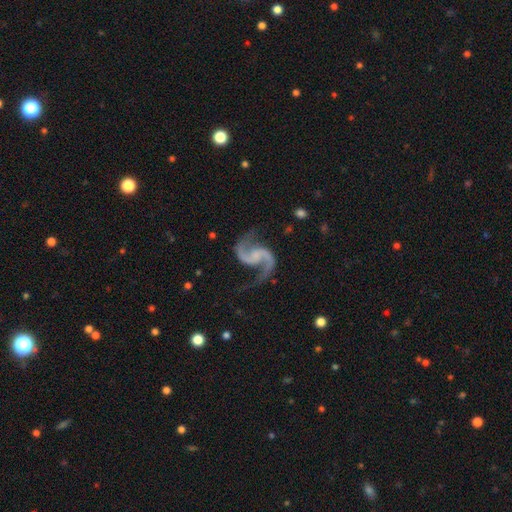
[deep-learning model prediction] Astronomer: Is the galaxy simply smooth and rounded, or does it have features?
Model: featured or disk — 94%.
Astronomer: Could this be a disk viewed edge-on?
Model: no — 99%.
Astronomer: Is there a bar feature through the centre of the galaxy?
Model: no — 49% (runner-up: weak, 36%).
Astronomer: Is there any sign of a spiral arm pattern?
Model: yes — 98%.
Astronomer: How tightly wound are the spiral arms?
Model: loose — 50% (runner-up: medium, 44%).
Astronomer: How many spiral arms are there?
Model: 2 — 94%.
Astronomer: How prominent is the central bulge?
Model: none — 60%.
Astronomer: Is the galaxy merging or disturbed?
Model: none — 77%.